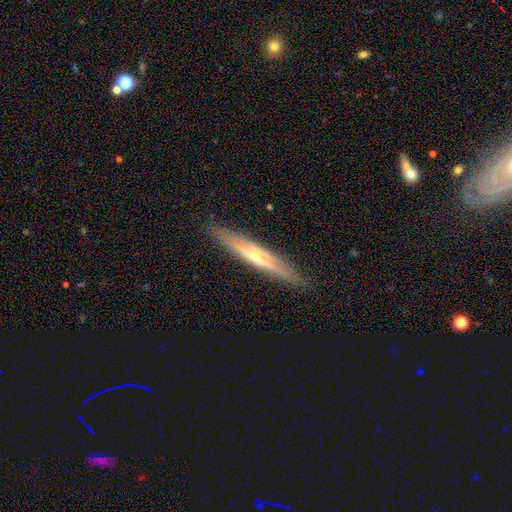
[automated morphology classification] Smooth or featured? Predicted: featured or disk (p=0.71). Edge-on disk? Predicted: yes (p=0.93). Edge-on bulge? Predicted: rounded (p=0.71). Merging? Predicted: none (p=0.88).